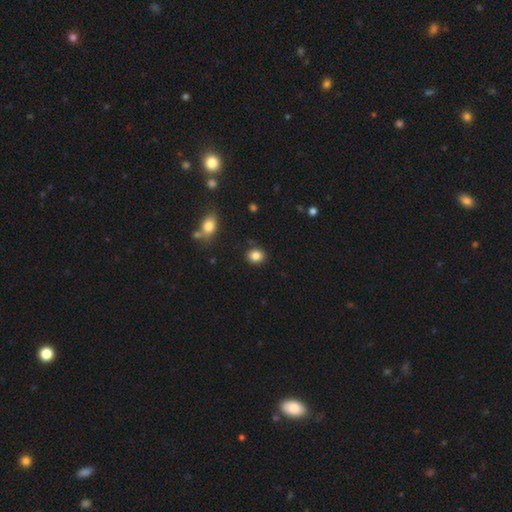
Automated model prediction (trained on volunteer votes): Smooth or featured? smooth (85%)
How rounded? round (67%)
Merging? none (87%)